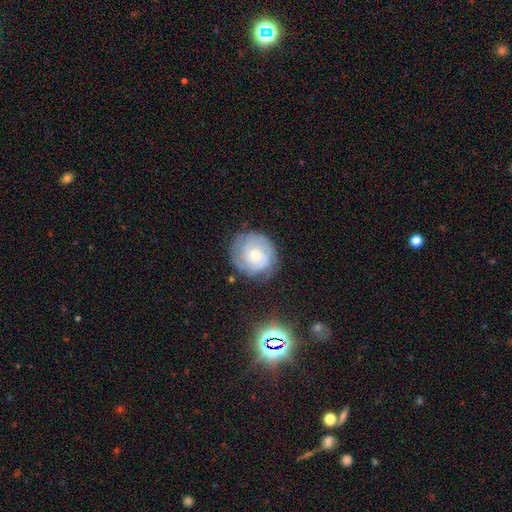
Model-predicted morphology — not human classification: smooth_or_featured: featured or disk (p=0.65) [alt: smooth p=0.28]
disk_edge_on: no (p=0.98) [alt: yes p=0.02]
bar: no (p=0.75) [alt: weak p=0.22]
has_spiral_arms: yes (p=0.84) [alt: no p=0.16]
spiral_winding: tight (p=0.66) [alt: medium p=0.26]
spiral_arm_count: can't tell (p=0.43) [alt: 2 p=0.28]
bulge_size: moderate (p=0.48) [alt: small p=0.37]
merging: none (p=0.72) [alt: minor disturbance p=0.19]